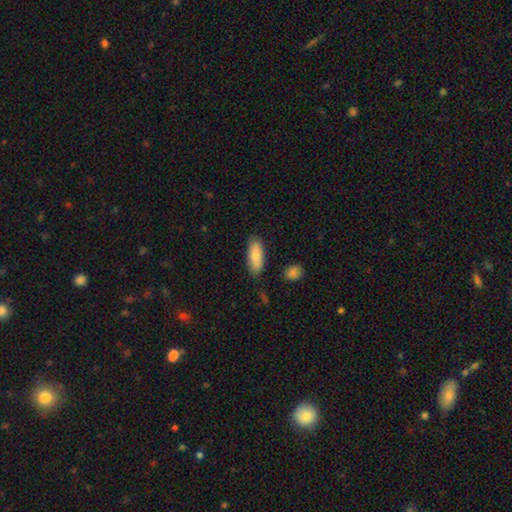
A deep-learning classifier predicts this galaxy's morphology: smooth_or_featured: smooth (p=0.85) [alt: featured or disk p=0.10]
how_rounded: in between (p=0.80) [alt: cigar-shaped p=0.19]
merging: none (p=0.84) [alt: minor disturbance p=0.11]